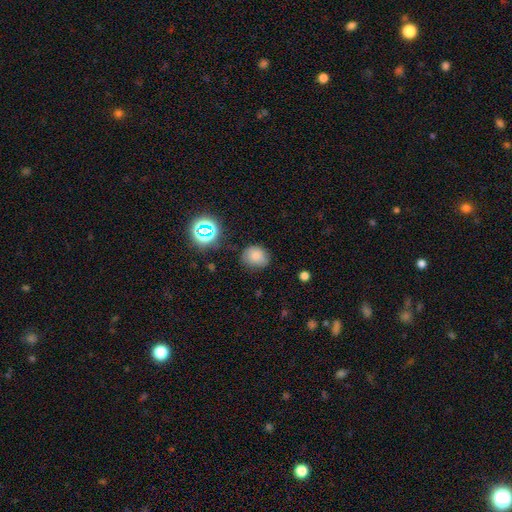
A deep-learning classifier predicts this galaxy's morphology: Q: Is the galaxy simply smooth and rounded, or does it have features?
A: smooth — 76%.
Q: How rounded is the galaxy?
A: round — 70%.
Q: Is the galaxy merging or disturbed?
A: none — 74%.